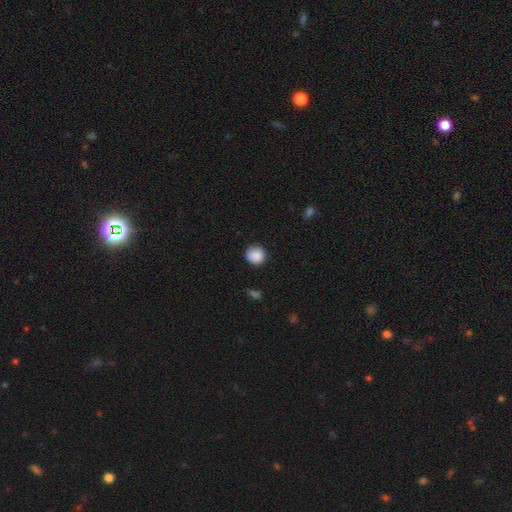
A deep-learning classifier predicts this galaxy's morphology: type=smooth (89%); roundness=round (92%); merging=none (88%).